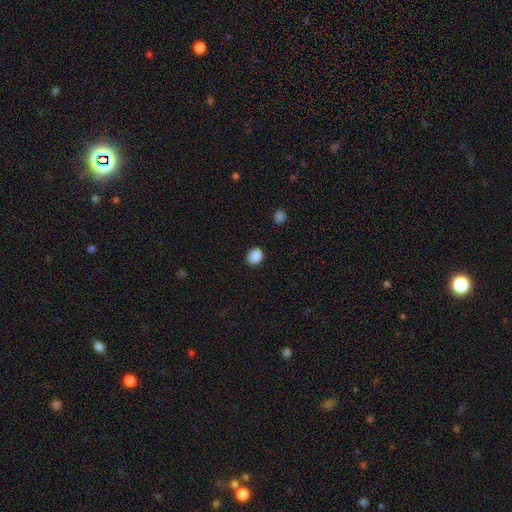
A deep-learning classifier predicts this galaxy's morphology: type=smooth (87%); roundness=round (58%); merging=none (76%).